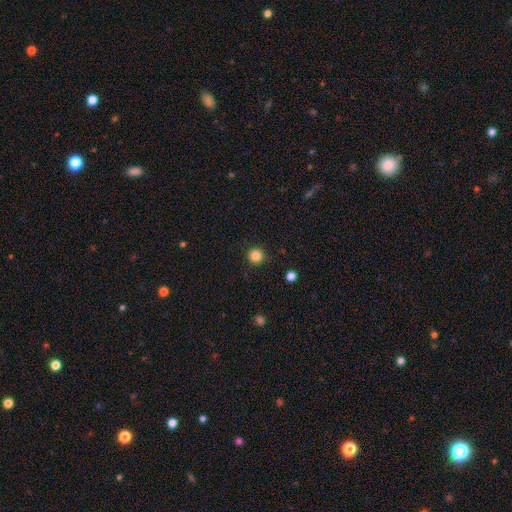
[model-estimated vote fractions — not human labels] smooth 85%, star or artifact 11%, featured or disk 4%. Down the decision tree: how rounded — round (96%); merging — none (91%).